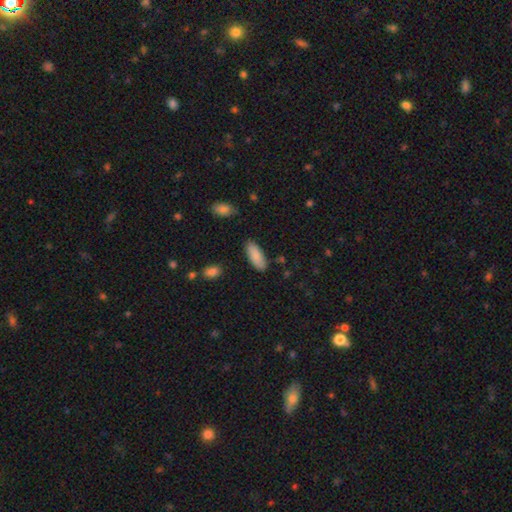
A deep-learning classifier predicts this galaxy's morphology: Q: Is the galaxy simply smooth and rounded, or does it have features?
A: smooth — 84%.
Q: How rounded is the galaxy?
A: in between — 82%.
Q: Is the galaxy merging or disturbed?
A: none — 85%.